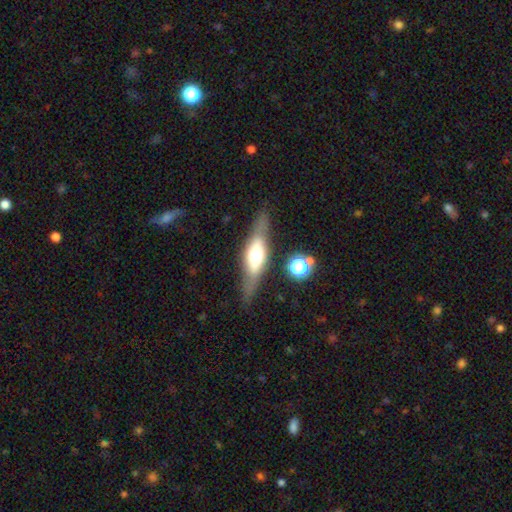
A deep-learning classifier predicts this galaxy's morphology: smooth-or-featured: featured or disk: 60% | smooth: 33% | star or artifact: 7%
  disk-edge-on: yes: 86% | no: 14%
    edge-on-bulge: rounded: 86% | boxy: 10% | none: 3%
  merging: none: 79% | minor disturbance: 13% | major disturbance: 5% | merger: 4%